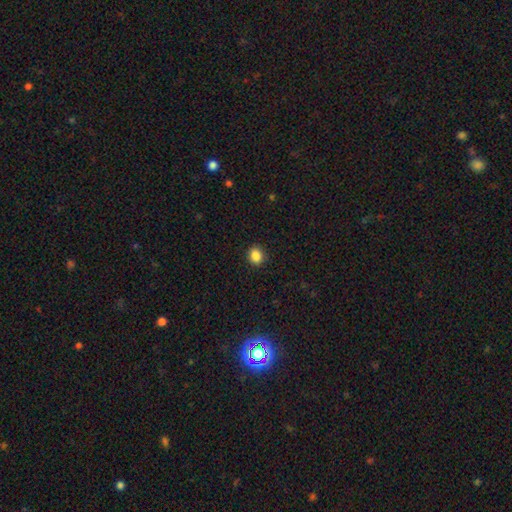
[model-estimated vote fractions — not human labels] Smooth or featured: smooth — 87% (star or artifact — 10%)
How rounded: round — 63% (in between — 36%)
Merging: none — 90% (minor disturbance — 7%)